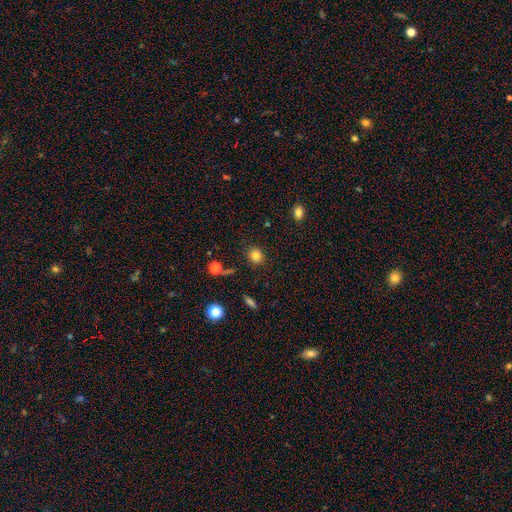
This appears to be a smooth galaxy with no disk features (87%) that is round (82%). Merging: none (89%).